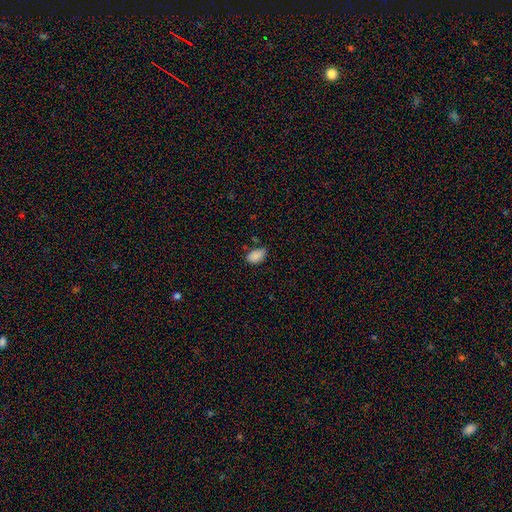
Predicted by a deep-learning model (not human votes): smooth_or_featured: smooth (p=0.87) [alt: star or artifact p=0.08]
how_rounded: in between (p=0.91) [alt: round p=0.07]
merging: none (p=0.65) [alt: minor disturbance p=0.27]